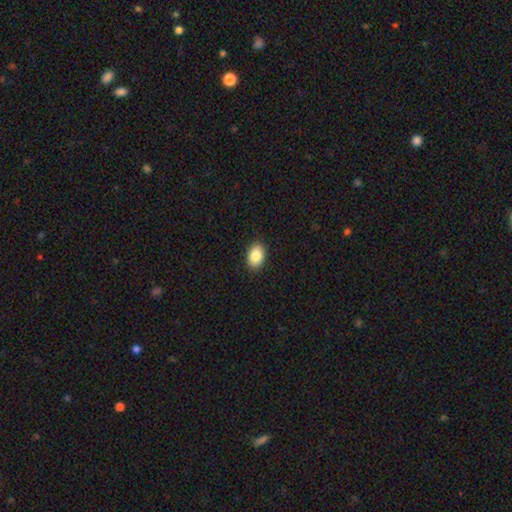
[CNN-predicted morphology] Smooth or featured? Predicted: smooth (p=0.86). How rounded? Predicted: in between (p=0.86). Merging? Predicted: none (p=0.90).